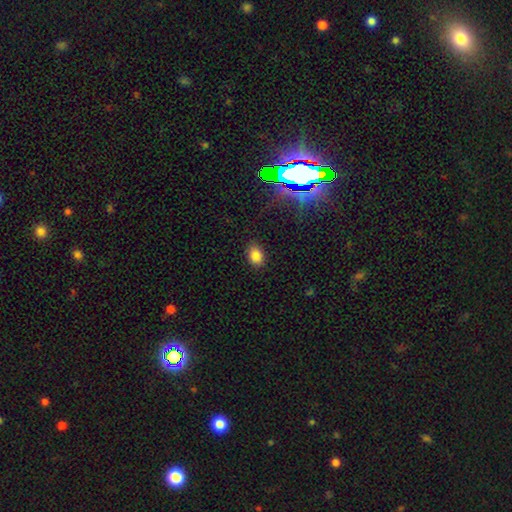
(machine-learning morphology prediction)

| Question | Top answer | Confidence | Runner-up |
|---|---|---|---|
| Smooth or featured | smooth | 81% | star or artifact (13%) |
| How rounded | in between | 73% | round (26%) |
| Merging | none | 86% | minor disturbance (10%) |